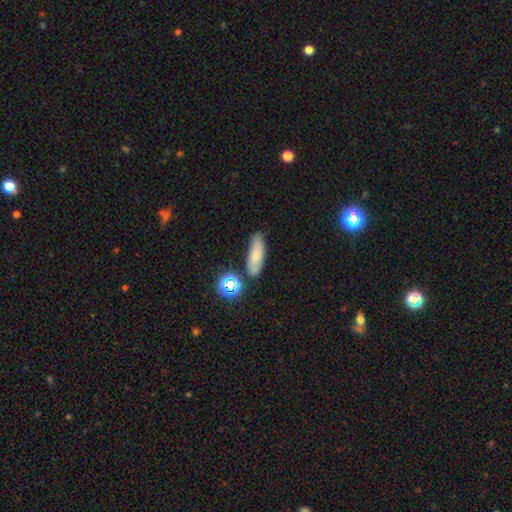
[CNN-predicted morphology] This appears to be a smooth galaxy with no disk features (73%) that is in between round and cigar-shaped (54%). Merging: none (75%).